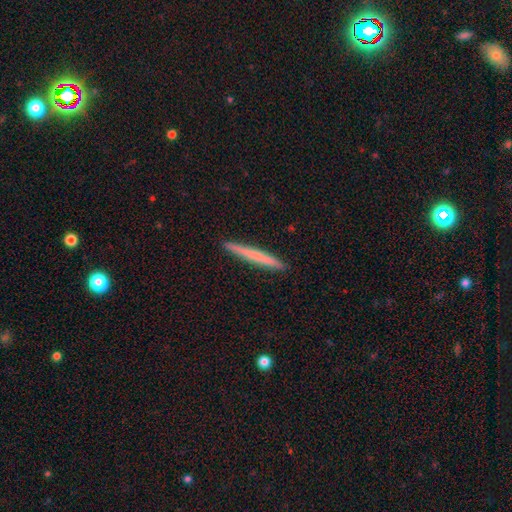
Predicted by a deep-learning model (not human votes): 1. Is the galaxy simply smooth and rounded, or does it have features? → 63% smooth, 31% featured or disk, 6% star or artifact.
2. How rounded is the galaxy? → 97% cigar-shaped, 2% in between, 1% round.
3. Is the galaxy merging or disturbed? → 93% none, 5% minor disturbance, 1% major disturbance, 1% merger.